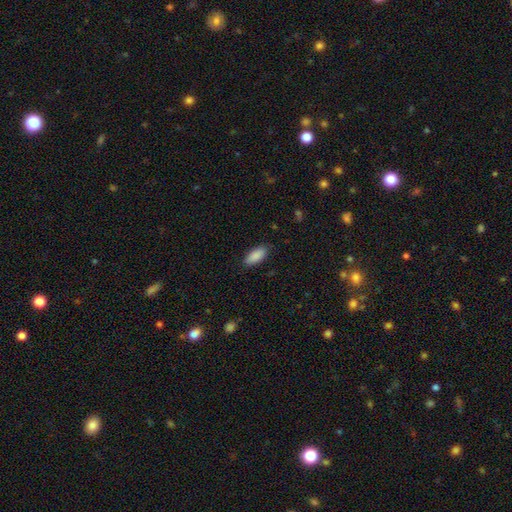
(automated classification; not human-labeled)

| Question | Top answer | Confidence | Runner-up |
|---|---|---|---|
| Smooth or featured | smooth | 90% | star or artifact (6%) |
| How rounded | in between | 85% | cigar-shaped (13%) |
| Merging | none | 86% | minor disturbance (10%) |